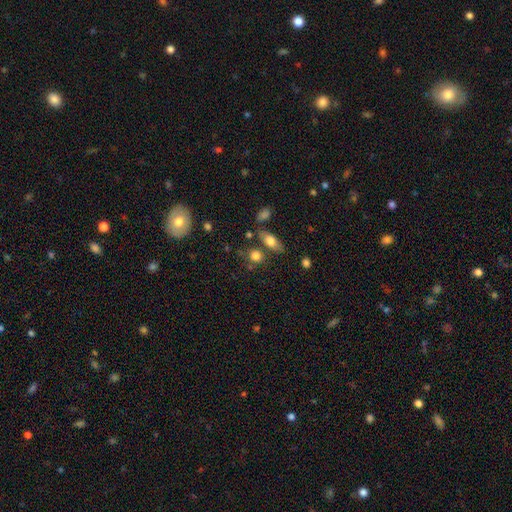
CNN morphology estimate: A smooth galaxy with no disk features (79%) that is round (54%).

Vote fractions:
- Smooth or featured? smooth: 79% / featured or disk: 11% / star or artifact: 10%
- How rounded? round: 54% / in between: 41% / cigar-shaped: 5%
- Merging? none: 66% / merger: 16% / minor disturbance: 13% / major disturbance: 5%